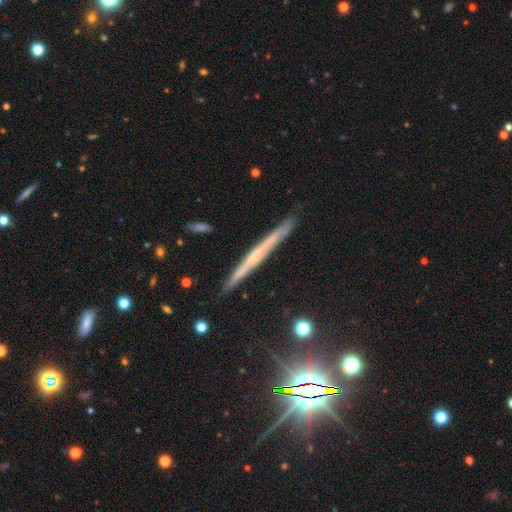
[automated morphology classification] This appears to be a featured or disk galaxy (60%) viewed edge-on (97%) with no central bulge (73%). Merging: none (88%).